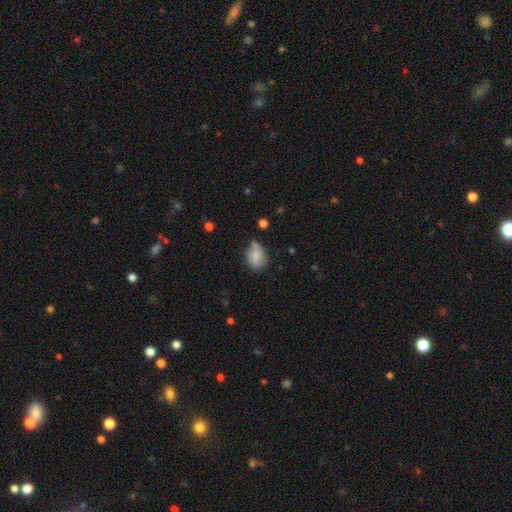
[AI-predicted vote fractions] smooth-or-featured: smooth: 74% | featured or disk: 17% | star or artifact: 9%
  how-rounded: in between: 67% | round: 32% | cigar-shaped: 2%
  merging: none: 43% | minor disturbance: 37% | major disturbance: 12% | merger: 8%